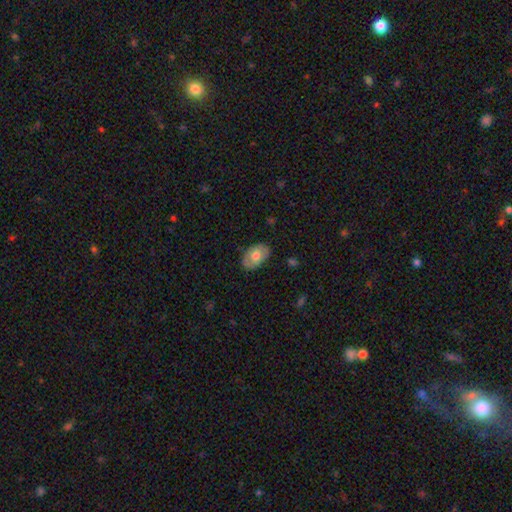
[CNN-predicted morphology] A smooth galaxy with no disk features (66%) that is in between round and cigar-shaped (88%).

Vote fractions:
- Smooth or featured? smooth: 66% / featured or disk: 28% / star or artifact: 6%
- How rounded? in between: 88% / round: 11% / cigar-shaped: 1%
- Merging? none: 81% / minor disturbance: 15% / major disturbance: 3% / merger: 1%